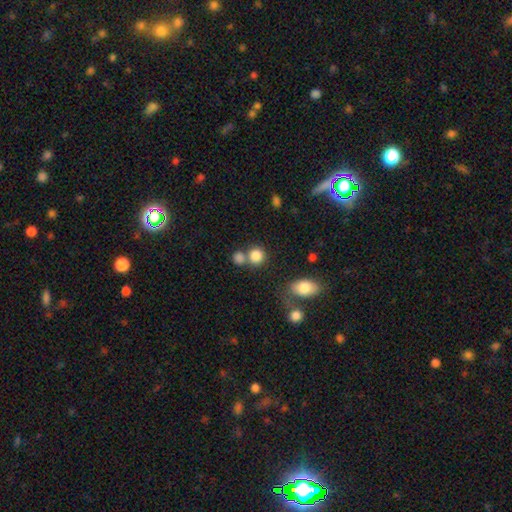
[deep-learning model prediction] The model was most divided on "merging": none: 57%, merger: 31%, minor disturbance: 9%, major disturbance: 4%. More confident: how rounded — round (86%); smooth or featured — smooth (84%).